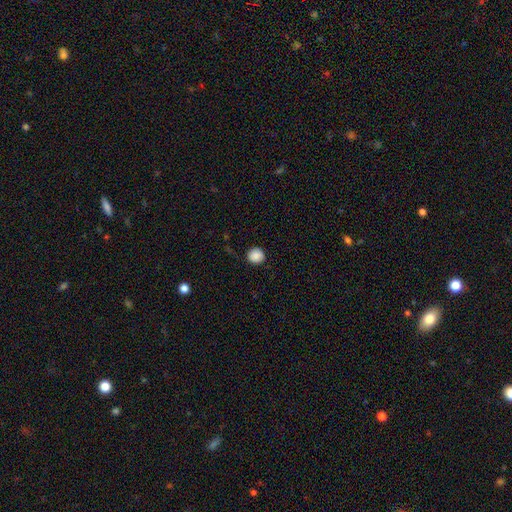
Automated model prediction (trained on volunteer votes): Smooth or featured?
  - smooth: 88% *
  - star or artifact: 9%
  - featured or disk: 3%
How rounded?
  - round: 90% *
  - in between: 9%
  - cigar-shaped: 1%
Merging?
  - none: 86% *
  - minor disturbance: 11%
  - major disturbance: 2%
  - merger: 1%